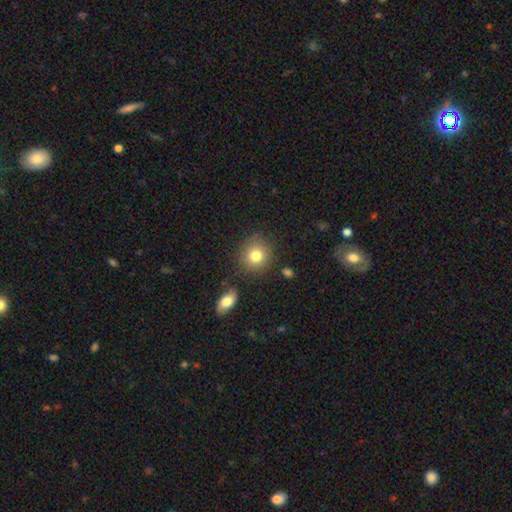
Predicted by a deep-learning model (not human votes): smooth_or_featured: smooth (p=0.81) [alt: star or artifact p=0.10]
how_rounded: round (p=0.85) [alt: in between p=0.14]
merging: none (p=0.82) [alt: minor disturbance p=0.10]